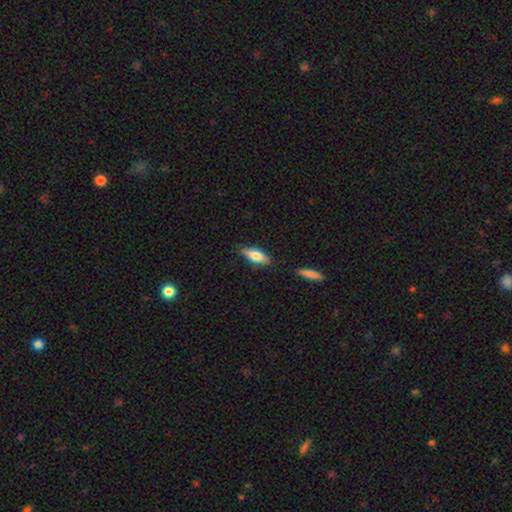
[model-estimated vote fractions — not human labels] Q: Smooth or featured?
A: smooth (69%); runner-up: featured or disk (25%)
Q: How rounded?
A: in between (64%); runner-up: cigar-shaped (34%)
Q: Merging?
A: none (81%); runner-up: minor disturbance (13%)